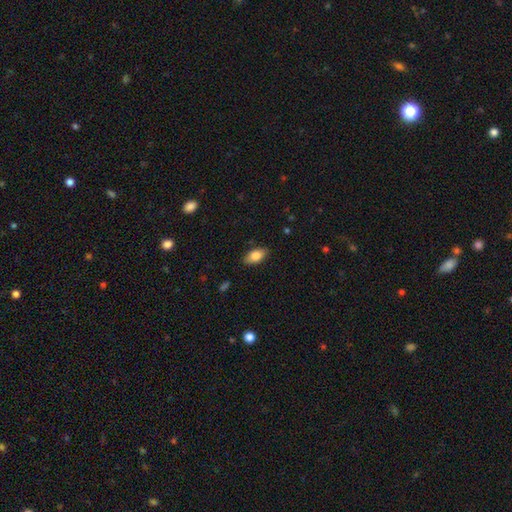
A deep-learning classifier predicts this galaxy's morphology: smooth_or_featured: smooth (p=0.81) [alt: featured or disk p=0.12]
how_rounded: in between (p=0.91) [alt: cigar-shaped p=0.05]
merging: none (p=0.86) [alt: minor disturbance p=0.11]